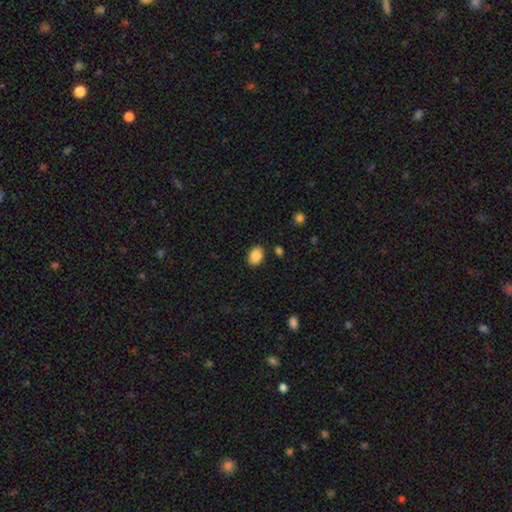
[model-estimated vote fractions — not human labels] Smooth or featured? Predicted: smooth (p=0.87). How rounded? Predicted: in between (p=0.72). Merging? Predicted: none (p=0.88).